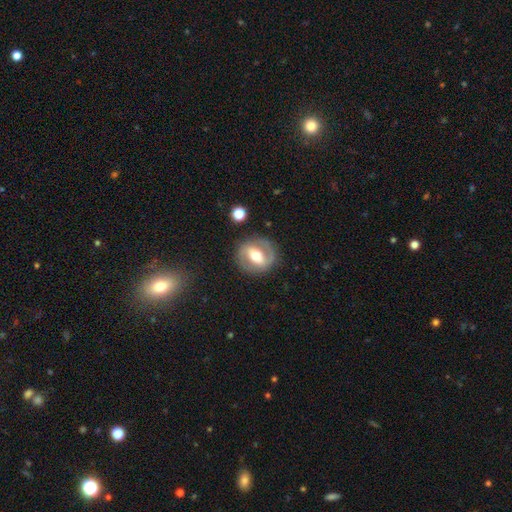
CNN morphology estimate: featured or disk 74%, smooth 20%, star or artifact 6%. Down the decision tree: edge-on disk — no (95%); bar — strong (56%); spiral arms — yes (72%); spiral arm count — 2 (86%); spiral winding — medium (46%); bulge size — moderate (70%); merging — none (84%).